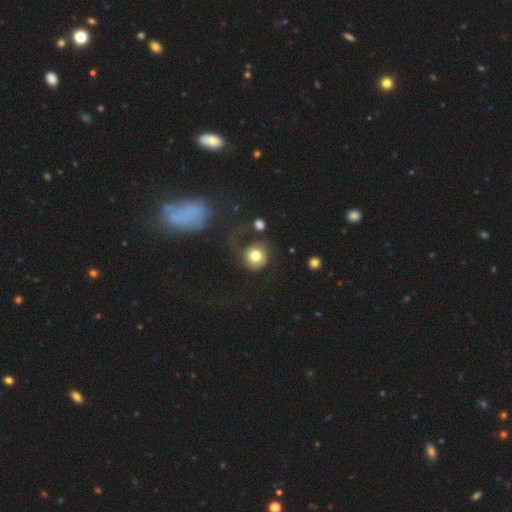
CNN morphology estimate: Smooth or featured? Predicted: smooth (p=0.74). How rounded? Predicted: round (p=0.87). Merging? Predicted: none (p=0.44).